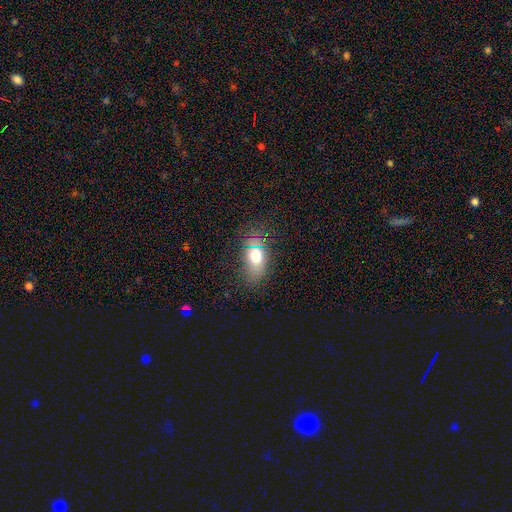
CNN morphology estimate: This is likely a smooth galaxy (68%). How rounded: likely in between (78%). Merging: likely none (71%).